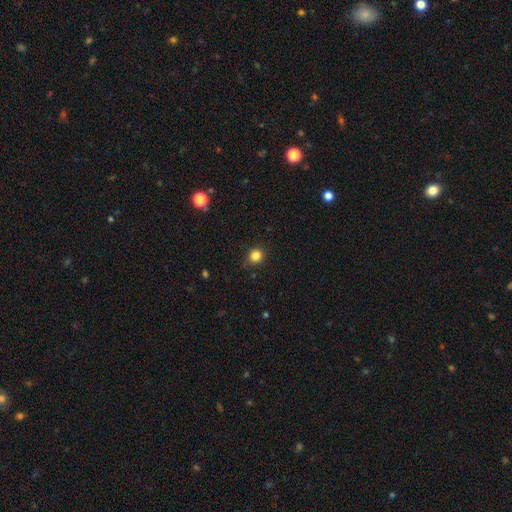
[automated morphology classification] Overall: smooth (83%). How rounded: round (90%). Merging: none (90%).